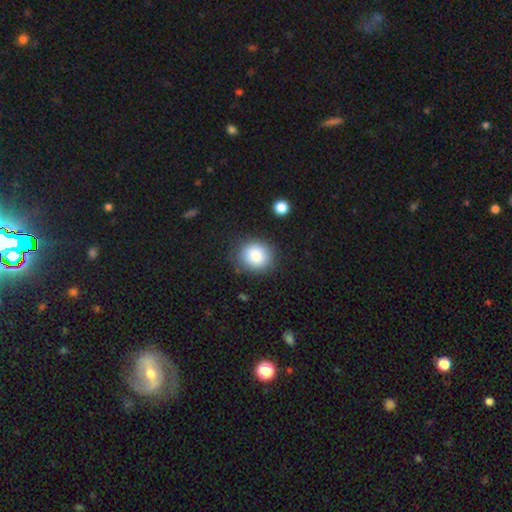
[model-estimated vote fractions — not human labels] Smooth or featured: smooth — 83% (star or artifact — 9%)
How rounded: round — 79% (in between — 21%)
Merging: none — 82% (minor disturbance — 12%)